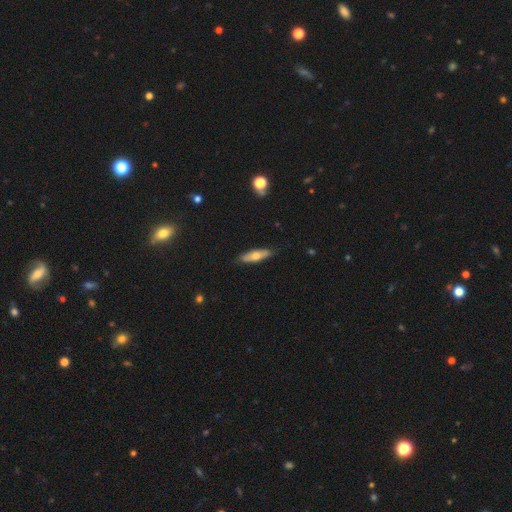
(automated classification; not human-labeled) A smooth galaxy with no disk features (60%) that is cigar-shaped (59%). Merging: none (86%).